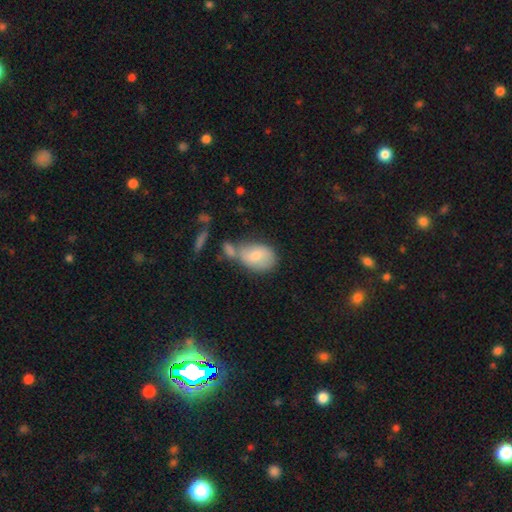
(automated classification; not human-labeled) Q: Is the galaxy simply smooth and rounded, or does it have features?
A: smooth — 74%.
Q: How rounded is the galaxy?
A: in between — 82%.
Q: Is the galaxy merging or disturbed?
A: none — 42%.